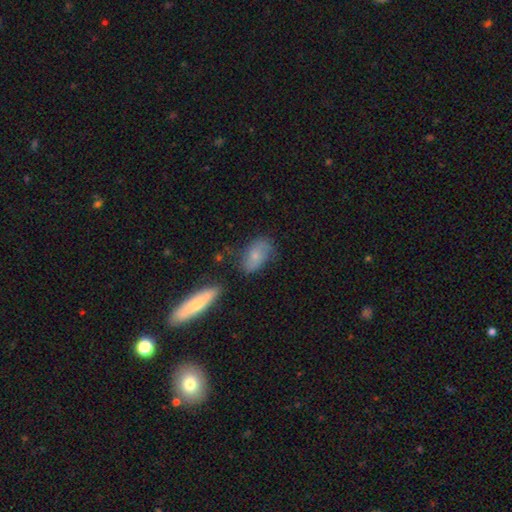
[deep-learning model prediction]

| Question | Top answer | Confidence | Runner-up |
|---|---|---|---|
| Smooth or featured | smooth | 66% | featured or disk (26%) |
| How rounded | in between | 88% | round (7%) |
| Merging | none | 57% | minor disturbance (27%) |